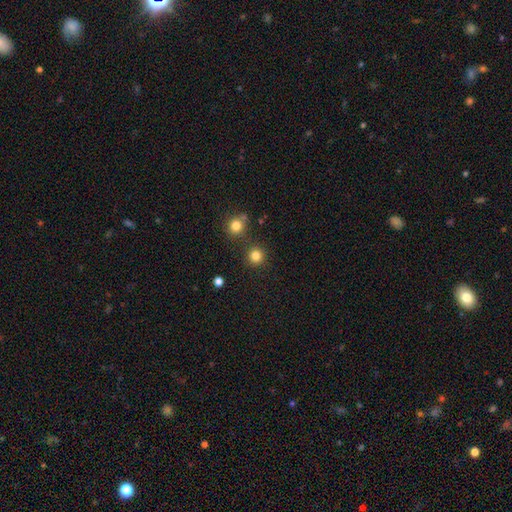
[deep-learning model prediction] Morphology: type=smooth (82%); roundness=round (94%); merging=none (85%).